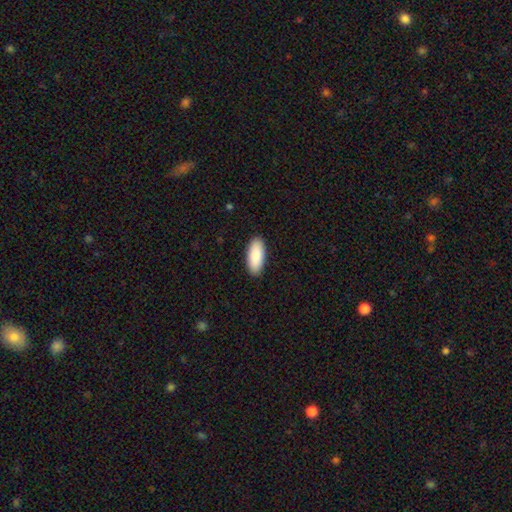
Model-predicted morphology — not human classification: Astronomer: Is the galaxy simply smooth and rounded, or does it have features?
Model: smooth — 89%.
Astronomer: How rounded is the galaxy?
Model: in between — 86%.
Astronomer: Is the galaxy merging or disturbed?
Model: none — 91%.